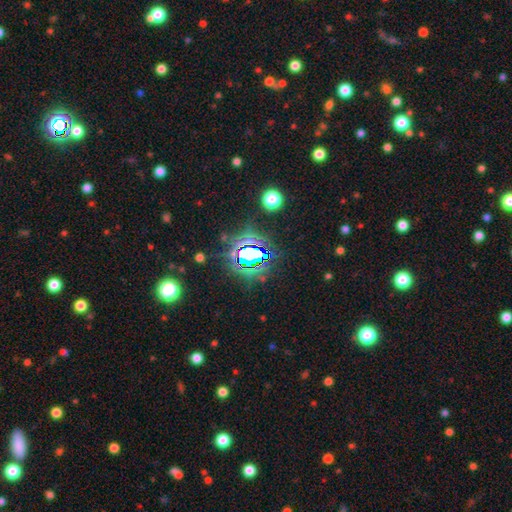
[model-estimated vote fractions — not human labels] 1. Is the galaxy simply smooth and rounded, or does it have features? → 74% star or artifact, 15% smooth, 12% featured or disk.